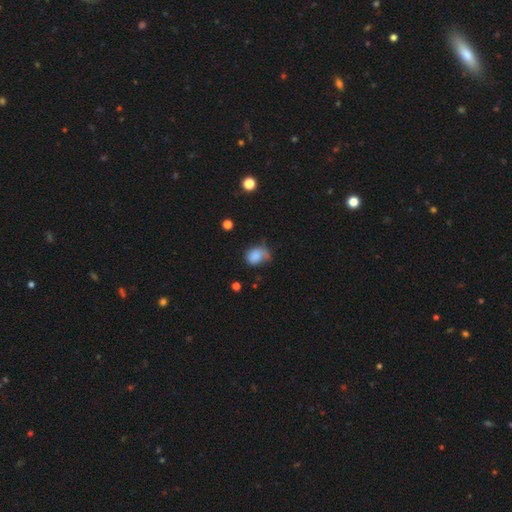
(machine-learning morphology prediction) type=smooth (80%); roundness=in between (52%); merging=none (38%).